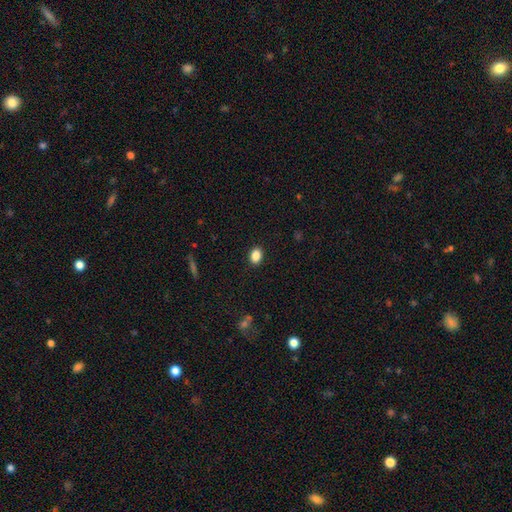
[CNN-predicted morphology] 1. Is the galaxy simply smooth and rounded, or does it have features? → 86% smooth, 9% star or artifact, 4% featured or disk.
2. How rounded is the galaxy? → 68% in between, 31% round, 1% cigar-shaped.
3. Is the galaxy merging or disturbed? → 89% none, 8% minor disturbance, 2% major disturbance, 1% merger.